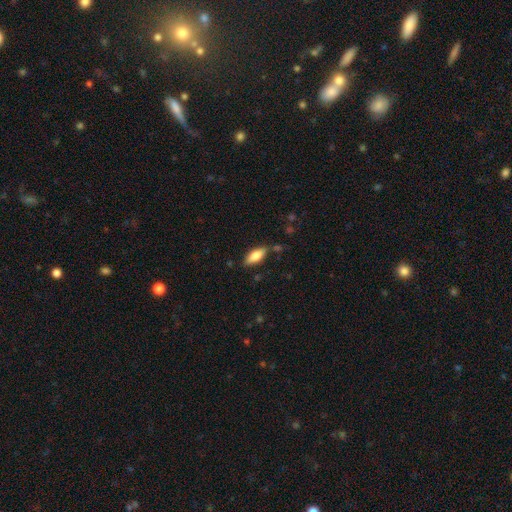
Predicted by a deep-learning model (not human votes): This appears to be a smooth galaxy with no disk features (77%) that is in between round and cigar-shaped (77%). Merging: none (77%).